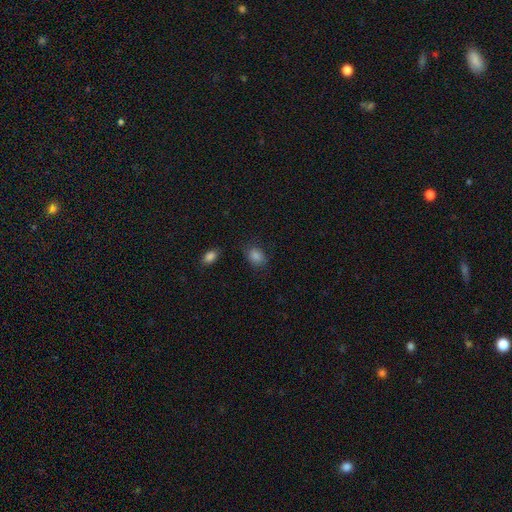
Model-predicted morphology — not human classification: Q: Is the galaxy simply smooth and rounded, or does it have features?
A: smooth — 84%.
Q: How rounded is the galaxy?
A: in between — 70%.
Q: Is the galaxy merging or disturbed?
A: none — 76%.